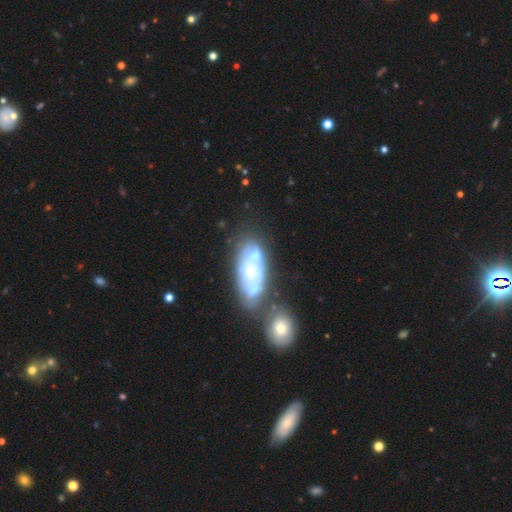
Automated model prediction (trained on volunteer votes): smooth-or-featured: featured or disk: 62% | smooth: 30% | star or artifact: 8%
  disk-edge-on: no: 91% | yes: 9%
    bar: no: 82% | weak: 13% | strong: 4%
    has-spiral-arms: no: 63% | yes: 37%
    bulge-size: small: 52% | moderate: 35% | none: 7% | large: 4% | dominant: 2%
  merging: none: 37% | merger: 31% | minor disturbance: 19% | major disturbance: 13%